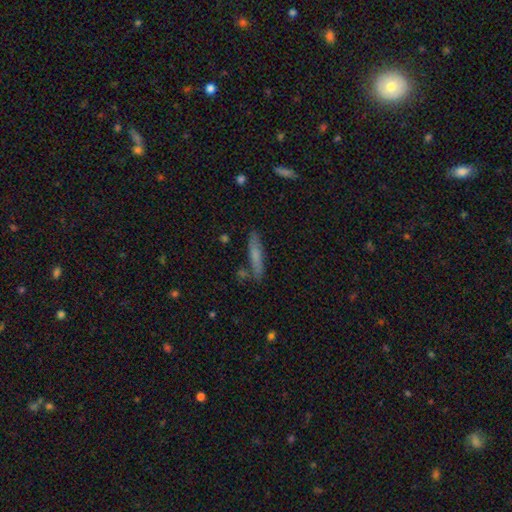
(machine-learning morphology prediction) This is likely a smooth galaxy (62%). How rounded: clearly cigar-shaped (88%). Merging: likely none (78%).